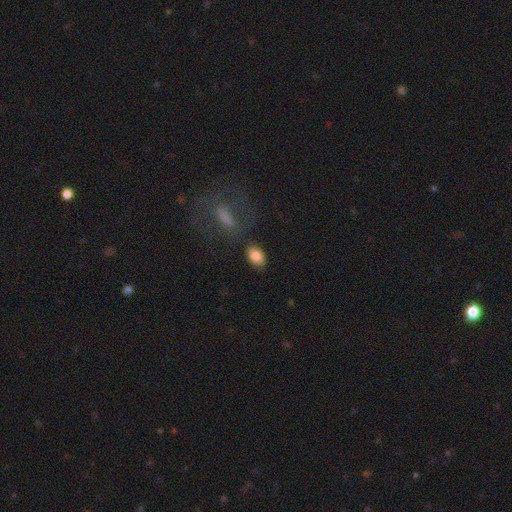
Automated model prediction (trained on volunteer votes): A smooth galaxy with no disk features (85%) that is in between round and cigar-shaped (89%). Merging: none (80%).